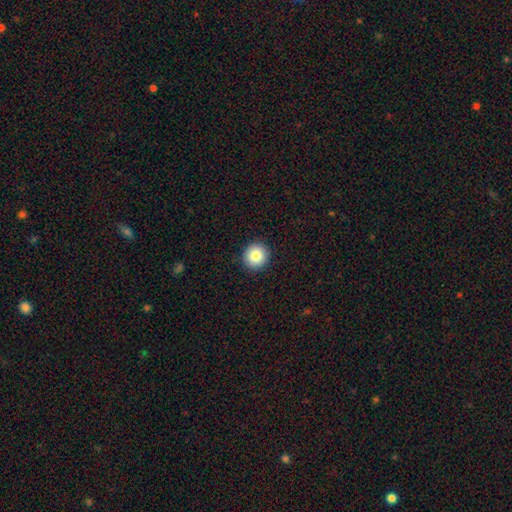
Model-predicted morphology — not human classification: Overall: smooth (84%). How rounded: round (94%). Merging: none (93%).